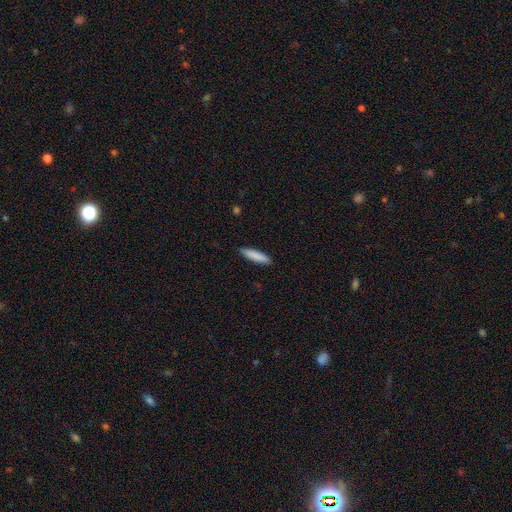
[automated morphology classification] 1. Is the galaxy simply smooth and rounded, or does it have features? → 87% smooth, 7% featured or disk, 6% star or artifact.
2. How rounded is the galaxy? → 77% cigar-shaped, 22% in between, 1% round.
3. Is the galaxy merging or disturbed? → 90% none, 8% minor disturbance, 2% major disturbance, 1% merger.